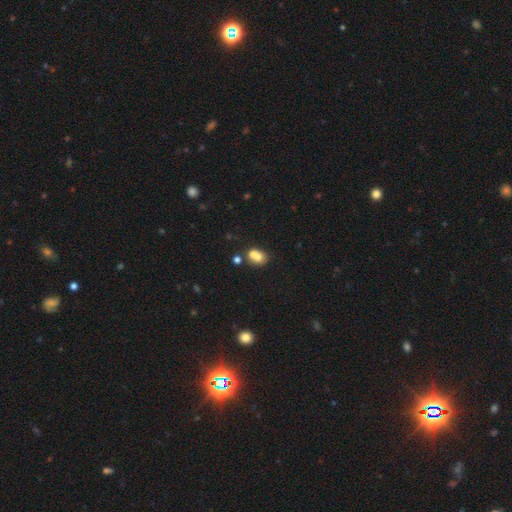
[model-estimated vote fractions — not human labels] smooth 71%, featured or disk 17%, star or artifact 12%. Down the decision tree: how rounded — round (50%); merging — merger (54%).